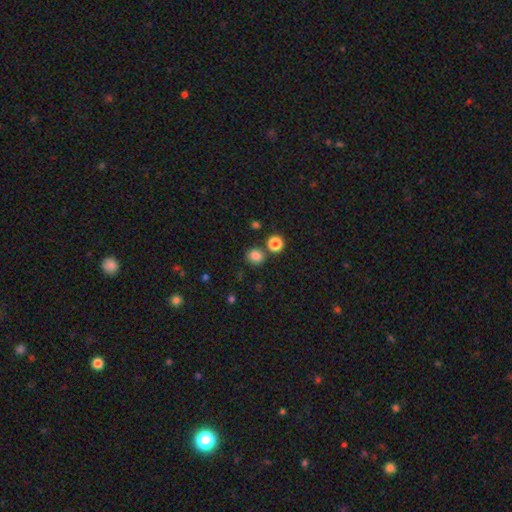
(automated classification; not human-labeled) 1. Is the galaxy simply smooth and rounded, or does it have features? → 83% smooth, 13% star or artifact, 4% featured or disk.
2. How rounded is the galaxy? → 83% round, 16% in between, 1% cigar-shaped.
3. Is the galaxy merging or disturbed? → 78% none, 10% merger, 9% minor disturbance, 3% major disturbance.